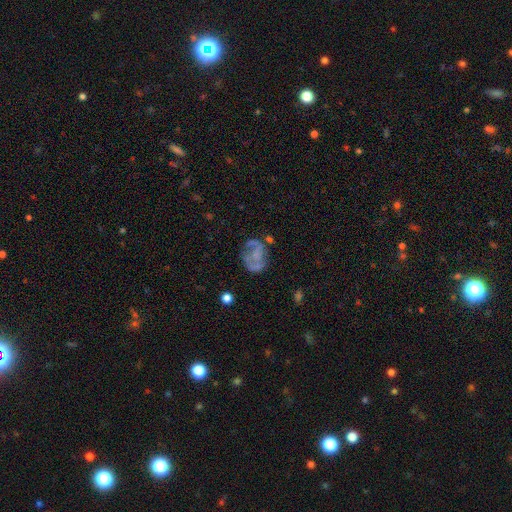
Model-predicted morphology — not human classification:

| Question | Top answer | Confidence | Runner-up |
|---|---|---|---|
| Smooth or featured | featured or disk | 65% | smooth (23%) |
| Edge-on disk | no | 98% | yes (2%) |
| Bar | no | 72% | weak (21%) |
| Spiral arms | yes | 55% | no (45%) |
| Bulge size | none | 58% | small (21%) |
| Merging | none | 51% | major disturbance (22%) |